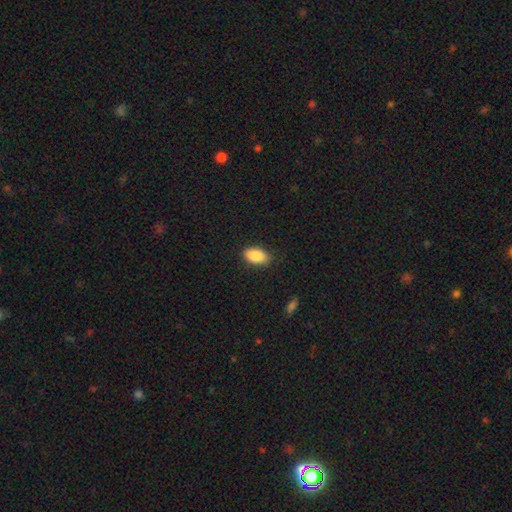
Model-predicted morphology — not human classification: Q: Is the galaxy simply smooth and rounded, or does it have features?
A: smooth — 88%.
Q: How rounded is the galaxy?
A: in between — 93%.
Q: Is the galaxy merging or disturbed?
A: none — 86%.